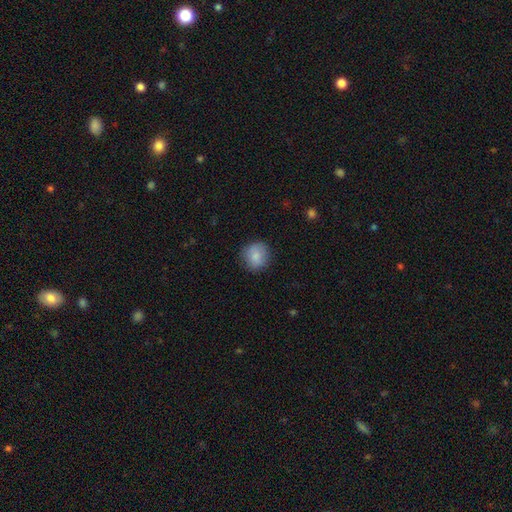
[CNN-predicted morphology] This appears to be a smooth galaxy with no disk features (84%) that is round (86%). Merging: none (81%).